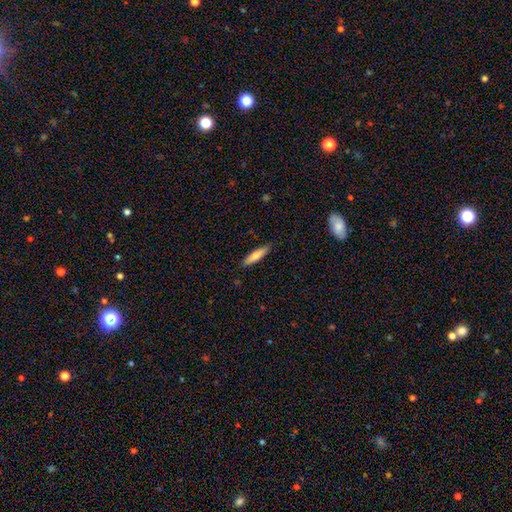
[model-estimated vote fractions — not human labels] A smooth galaxy with no disk features (73%) that is cigar-shaped (78%).

Vote fractions:
- Smooth or featured? smooth: 73% / featured or disk: 21% / star or artifact: 6%
- How rounded? cigar-shaped: 78% / in between: 20% / round: 1%
- Merging? none: 88% / minor disturbance: 10% / major disturbance: 2% / merger: 1%